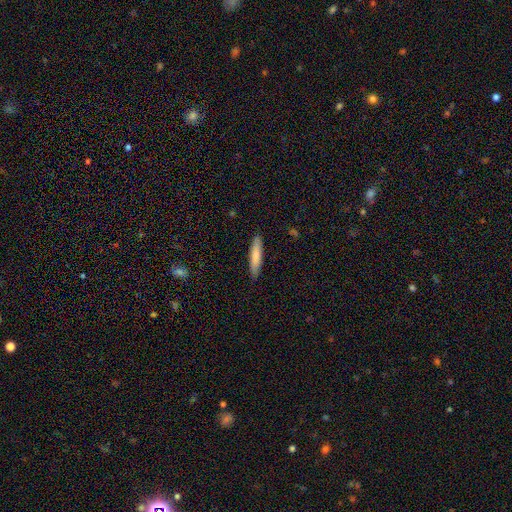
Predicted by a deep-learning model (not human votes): Smooth or featured? Predicted: smooth (p=0.77). How rounded? Predicted: cigar-shaped (p=0.86). Merging? Predicted: none (p=0.89).